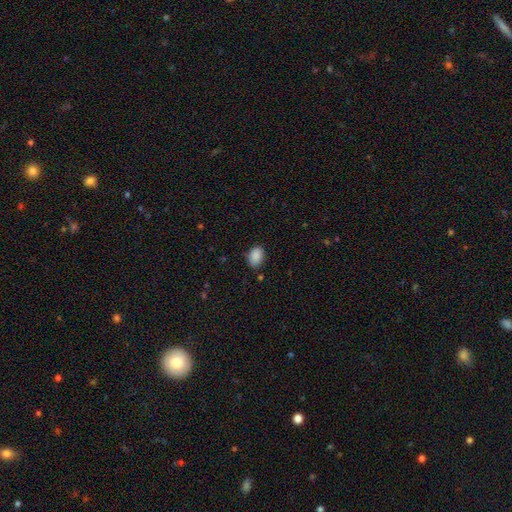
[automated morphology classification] A smooth galaxy with no disk features (89%) that is in between round and cigar-shaped (79%). Merging: none (81%).